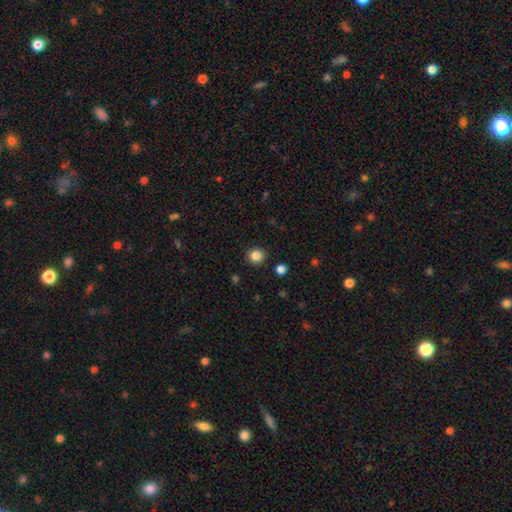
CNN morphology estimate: smooth 85%, star or artifact 11%, featured or disk 4%. Down the decision tree: how rounded — round (89%); merging — none (91%).